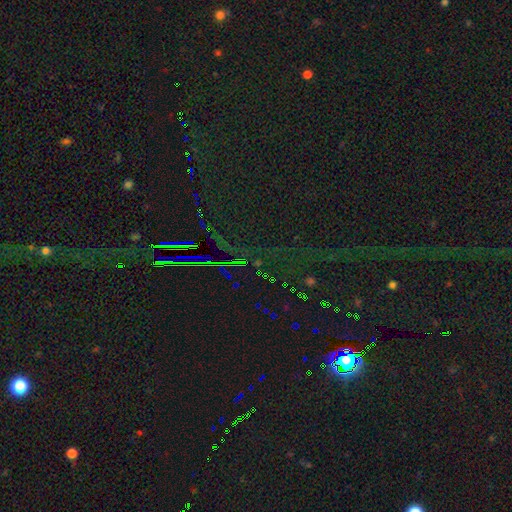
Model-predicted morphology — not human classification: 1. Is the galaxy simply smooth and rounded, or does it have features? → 85% star or artifact, 8% smooth, 7% featured or disk.